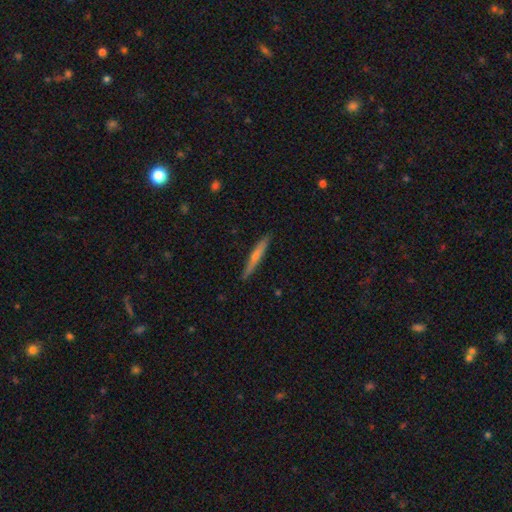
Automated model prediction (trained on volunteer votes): Q: Smooth or featured?
A: smooth (47%); tied with: featured or disk (47%)
Q: Merging?
A: none (89%); runner-up: minor disturbance (8%)